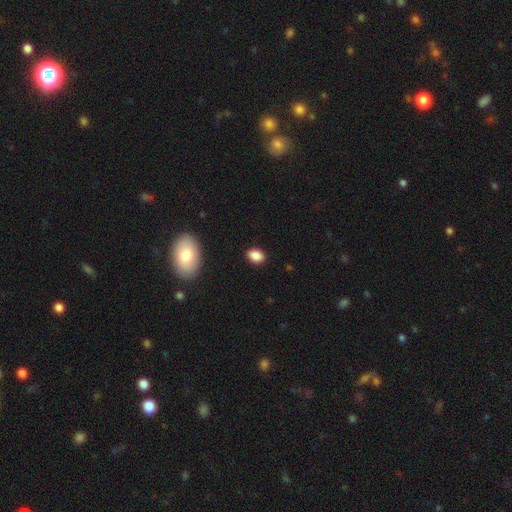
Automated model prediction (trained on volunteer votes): smooth_or_featured: smooth (p=0.87) [alt: star or artifact p=0.09]
how_rounded: in between (p=0.74) [alt: round p=0.25]
merging: none (p=0.87) [alt: minor disturbance p=0.10]